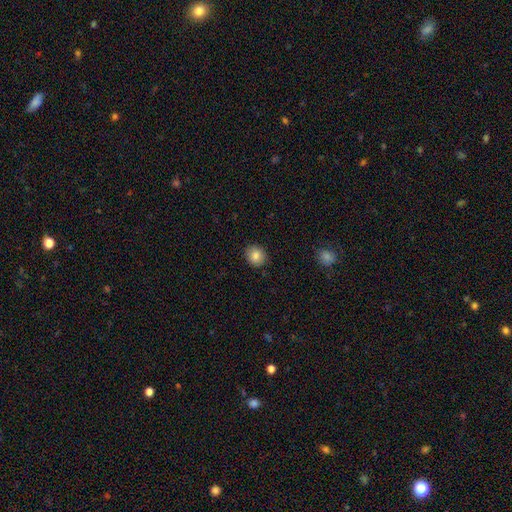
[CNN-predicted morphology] A smooth galaxy with no disk features (85%) that is round (79%).

Vote fractions:
- Smooth or featured? smooth: 85% / star or artifact: 9% / featured or disk: 6%
- How rounded? round: 79% / in between: 20% / cigar-shaped: 1%
- Merging? none: 89% / minor disturbance: 8% / major disturbance: 2% / merger: 1%